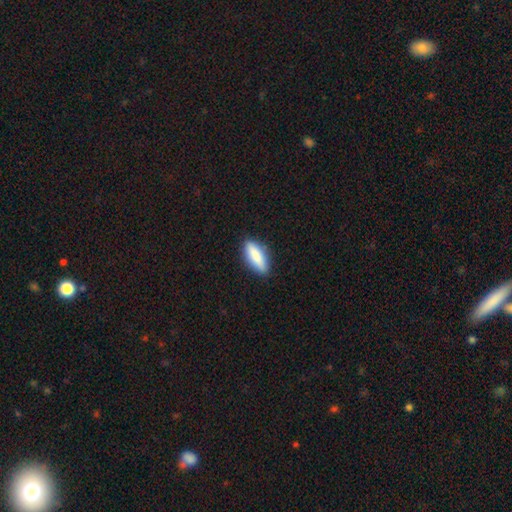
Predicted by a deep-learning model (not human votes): smooth_or_featured: smooth (p=0.84) [alt: featured or disk p=0.10]
how_rounded: in between (p=0.62) [alt: cigar-shaped p=0.36]
merging: none (p=0.87) [alt: minor disturbance p=0.10]